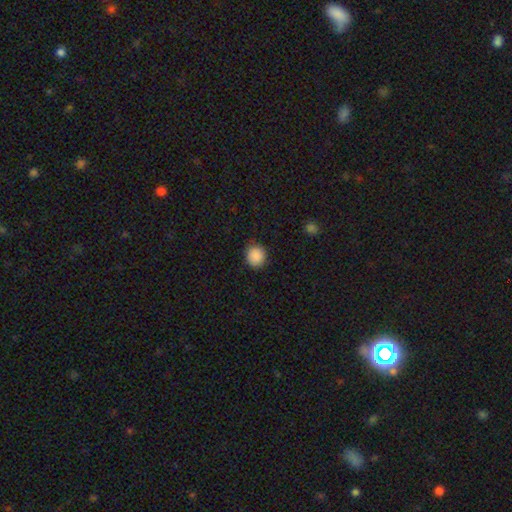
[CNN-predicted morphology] smooth 89%, star or artifact 8%, featured or disk 3%. Down the decision tree: how rounded — round (88%); merging — none (88%).